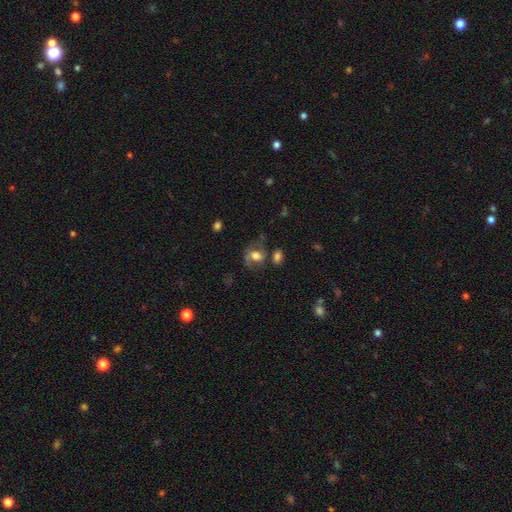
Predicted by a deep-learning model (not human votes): Overall: smooth (46%; featured or disk 44%). Merging: none (48%; minor disturbance 22%).